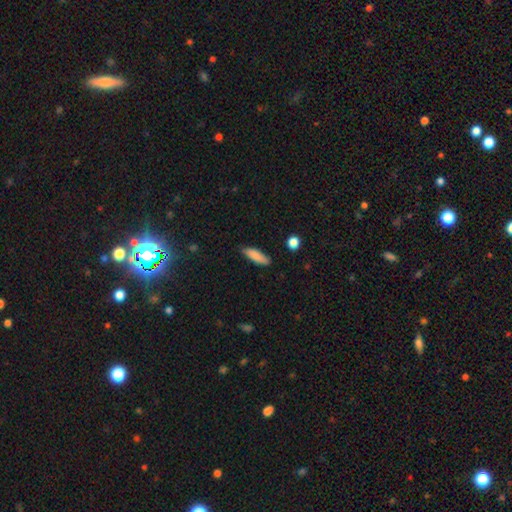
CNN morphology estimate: smooth_or_featured: smooth (p=0.86) [alt: featured or disk p=0.07]
how_rounded: cigar-shaped (p=0.52) [alt: in between p=0.46]
merging: none (p=0.81) [alt: minor disturbance p=0.15]